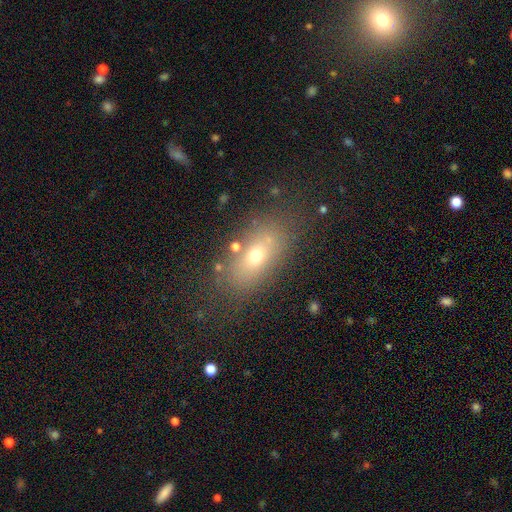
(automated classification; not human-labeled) This is likely a smooth galaxy (64%). How rounded: likely in between (79%). Merging: likely none (76%).